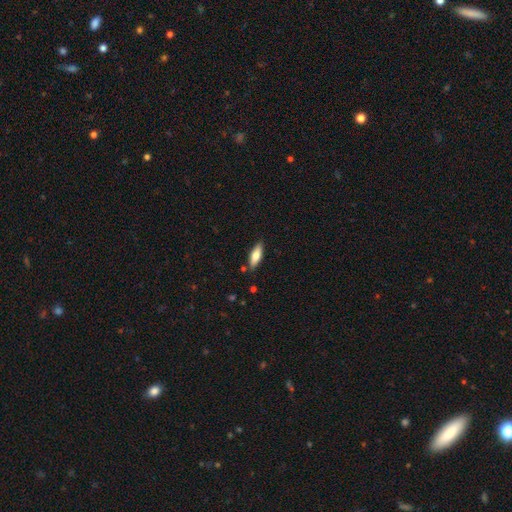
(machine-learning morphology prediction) A smooth galaxy with no disk features (73%) that is in between round and cigar-shaped (59%). Merging: none (85%).